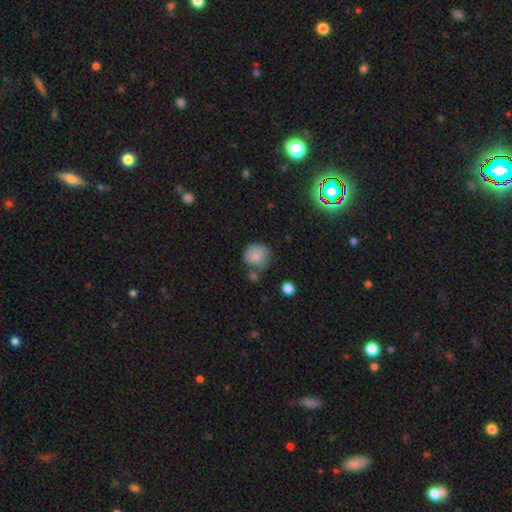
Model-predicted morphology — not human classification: A smooth galaxy with no disk features (76%) that is round (82%).

Vote fractions:
- Smooth or featured? smooth: 76% / featured or disk: 15% / star or artifact: 9%
- How rounded? round: 82% / in between: 17% / cigar-shaped: 1%
- Merging? none: 52% / minor disturbance: 25% / merger: 13% / major disturbance: 10%